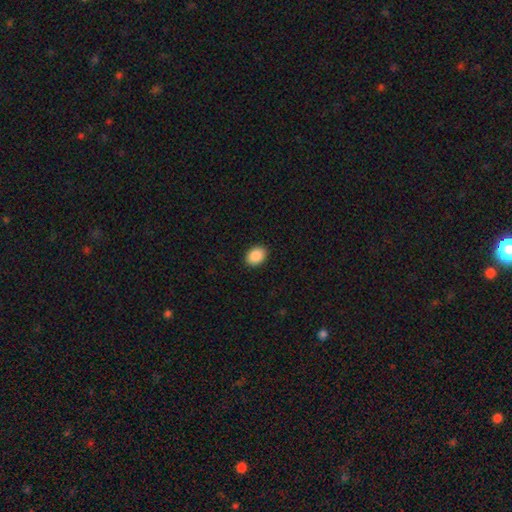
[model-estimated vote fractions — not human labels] smooth 90%, star or artifact 7%, featured or disk 3%. Down the decision tree: how rounded — in between (69%); merging — none (91%).